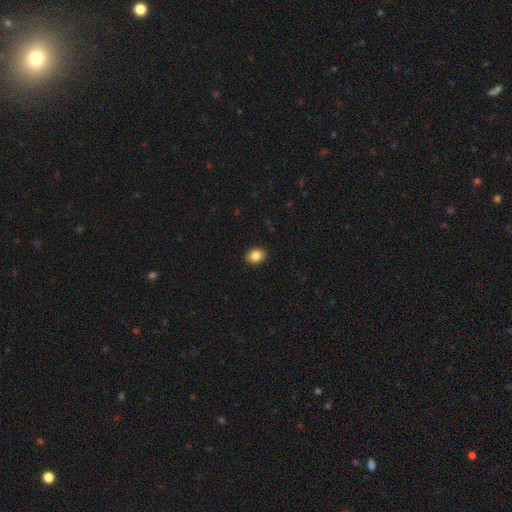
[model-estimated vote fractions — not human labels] Smooth or featured: smooth — 84% (star or artifact — 9%)
How rounded: in between — 56% (round — 43%)
Merging: none — 91% (minor disturbance — 7%)